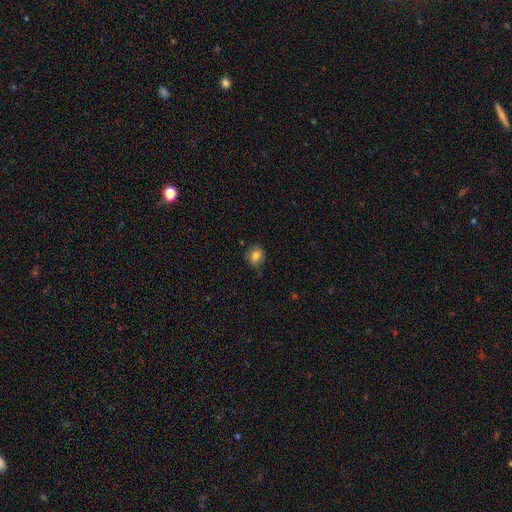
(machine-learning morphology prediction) smooth 81%, featured or disk 10%, star or artifact 10%. Down the decision tree: how rounded — round (60%); merging — none (69%).